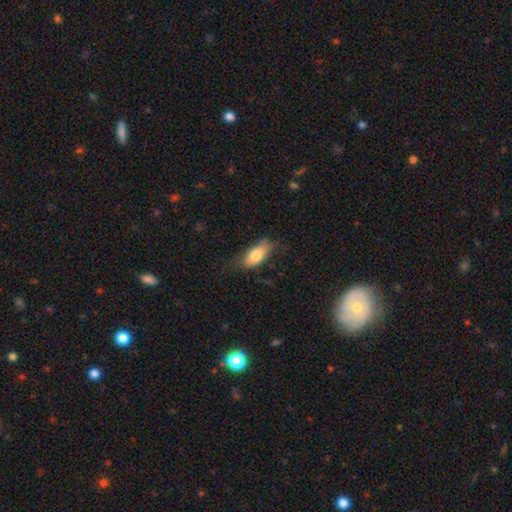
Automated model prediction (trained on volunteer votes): A smooth galaxy with no disk features (73%) that is in between round and cigar-shaped (83%). Merging: none (63%).